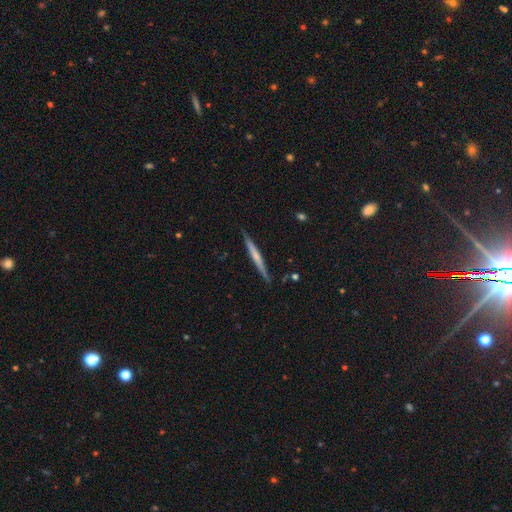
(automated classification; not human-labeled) Smooth or featured? featured or disk (52%)
Edge-on disk? yes (97%)
Edge-on bulge? none (65%)
Merging? none (88%)